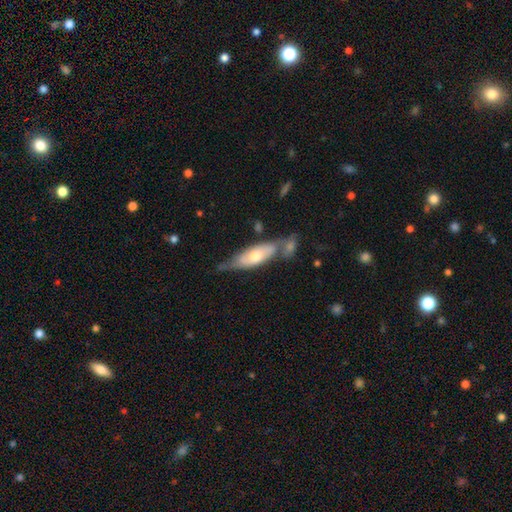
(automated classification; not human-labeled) smooth_or_featured: featured or disk (p=0.51) [alt: smooth p=0.43]
disk_edge_on: no (p=0.59) [alt: yes p=0.41]
merging: none (p=0.45) [alt: merger p=0.25]